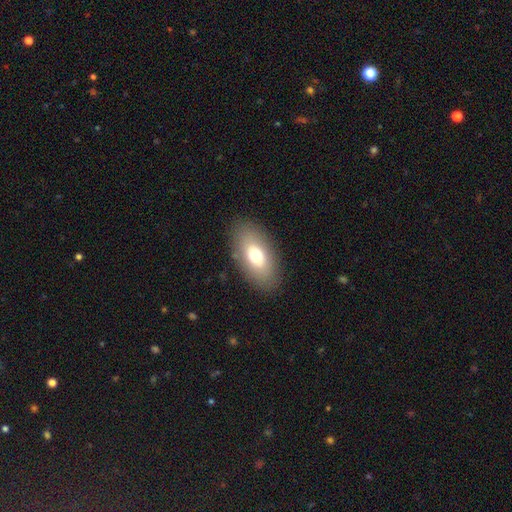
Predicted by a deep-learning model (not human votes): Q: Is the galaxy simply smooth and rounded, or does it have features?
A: smooth — 70%.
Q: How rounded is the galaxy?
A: in between — 92%.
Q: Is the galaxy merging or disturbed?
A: none — 86%.